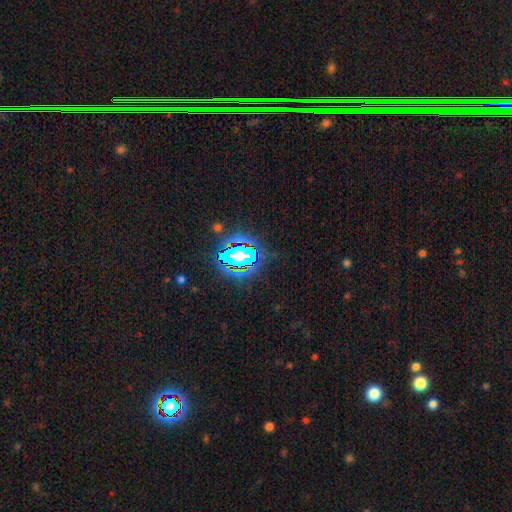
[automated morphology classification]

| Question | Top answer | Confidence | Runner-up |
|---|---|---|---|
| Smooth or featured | star or artifact | 83% | smooth (10%) |